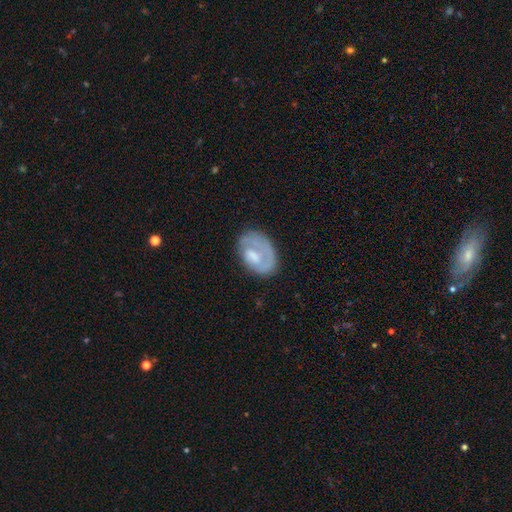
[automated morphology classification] This appears to be a featured or disk galaxy (48%). Merging: none (53%).